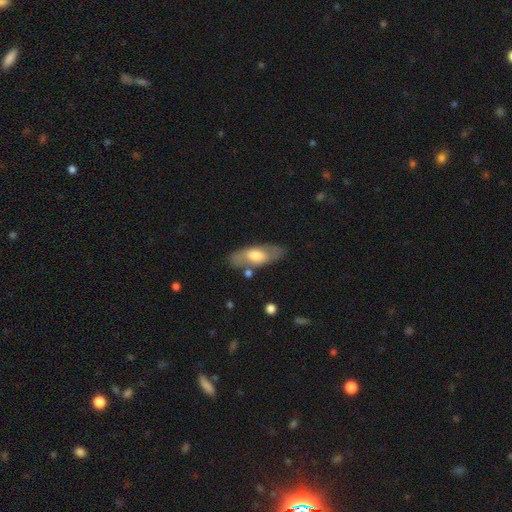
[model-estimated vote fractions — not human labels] Q: Smooth or featured?
A: smooth (54%); runner-up: featured or disk (40%)
Q: How rounded?
A: in between (80%); runner-up: cigar-shaped (16%)
Q: Merging?
A: none (73%); runner-up: minor disturbance (16%)